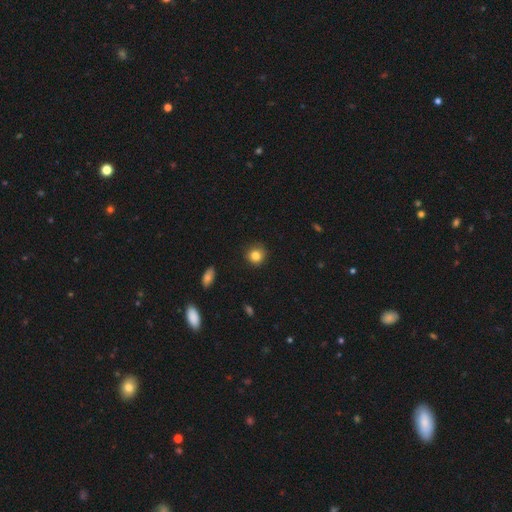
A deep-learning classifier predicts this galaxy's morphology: This is clearly a smooth galaxy (83%). How rounded: clearly round (89%). Merging: clearly none (87%).